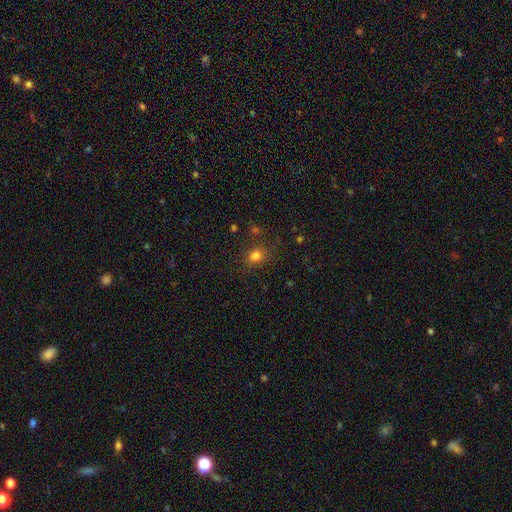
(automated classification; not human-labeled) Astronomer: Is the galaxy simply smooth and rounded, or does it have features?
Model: smooth — 76%.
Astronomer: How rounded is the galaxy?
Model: round — 68%.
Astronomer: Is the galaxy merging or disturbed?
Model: none — 75%.